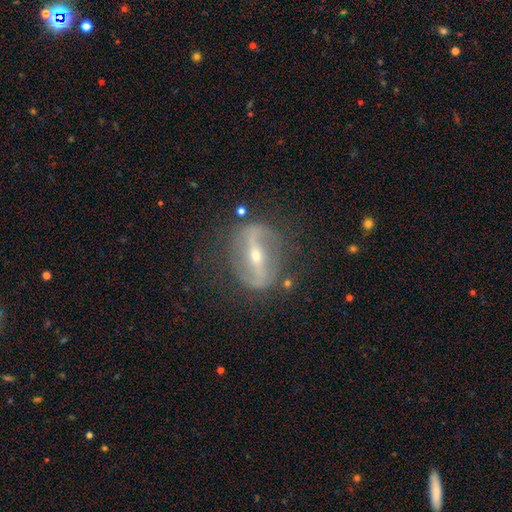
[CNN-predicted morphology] The model was most divided on "spiral winding": loose: 45%, medium: 36%, tight: 19%. More confident: spiral arm count — 2 (87%); smooth or featured — featured or disk (86%); edge-on disk — no (86%); bar — strong (78%); merging — none (77%); spiral arms — yes (74%); bulge size — small (61%).